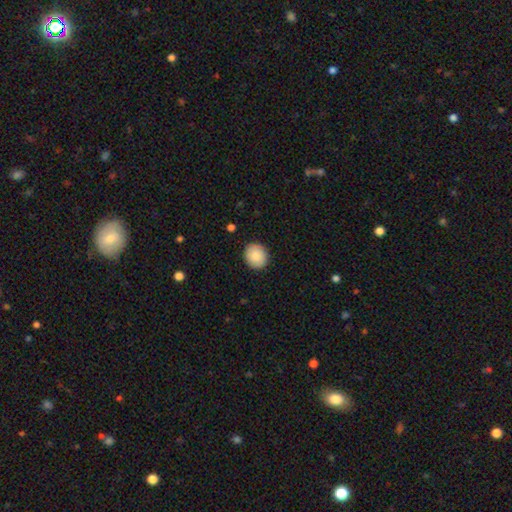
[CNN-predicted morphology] The model was most divided on "how rounded": round: 77%, in between: 22%, cigar-shaped: 1%. More confident: merging — none (90%); smooth or featured — smooth (87%).